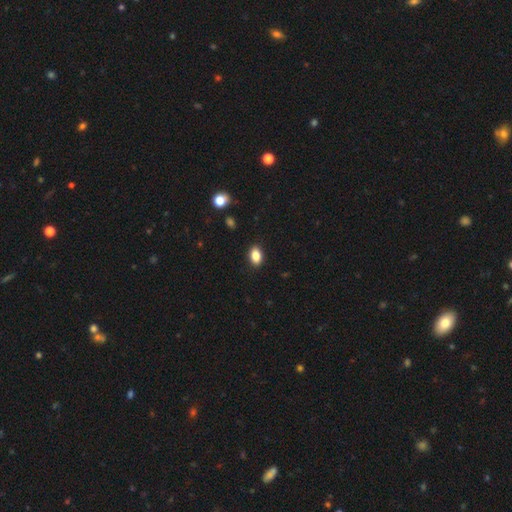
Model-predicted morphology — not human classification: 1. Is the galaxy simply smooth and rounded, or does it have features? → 85% smooth, 9% star or artifact, 6% featured or disk.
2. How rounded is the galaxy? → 86% in between, 13% round, 2% cigar-shaped.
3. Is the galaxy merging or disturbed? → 89% none, 8% minor disturbance, 2% major disturbance, 1% merger.